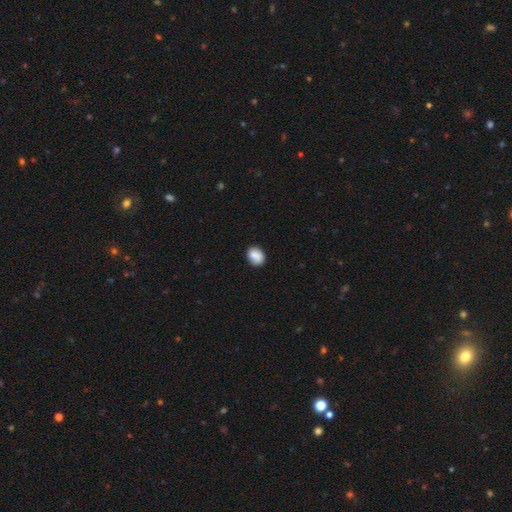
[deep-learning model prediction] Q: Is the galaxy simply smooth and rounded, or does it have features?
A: smooth — 87%.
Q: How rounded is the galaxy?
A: in between — 52%.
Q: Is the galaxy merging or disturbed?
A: none — 83%.